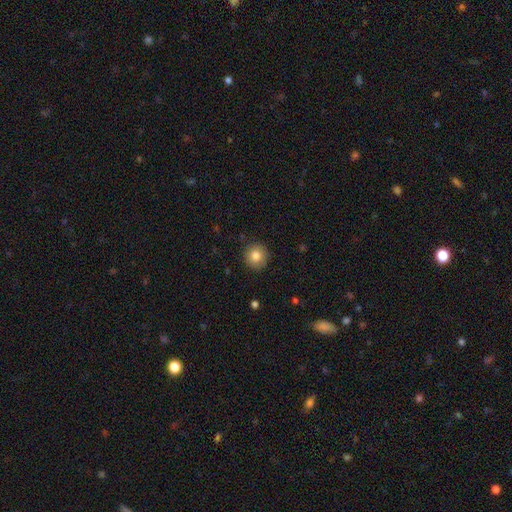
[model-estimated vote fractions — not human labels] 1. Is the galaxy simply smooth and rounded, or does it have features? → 83% smooth, 9% star or artifact, 8% featured or disk.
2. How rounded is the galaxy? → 92% round, 7% in between, 1% cigar-shaped.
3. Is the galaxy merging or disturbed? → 89% none, 8% minor disturbance, 2% major disturbance, 1% merger.